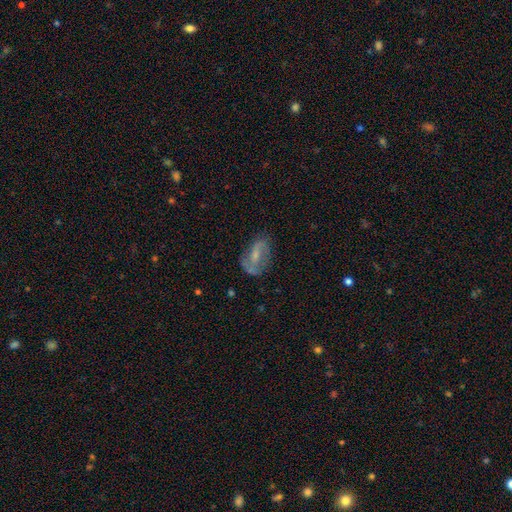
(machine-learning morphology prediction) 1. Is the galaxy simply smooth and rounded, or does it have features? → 64% featured or disk, 27% smooth, 9% star or artifact.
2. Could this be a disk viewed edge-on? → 95% no, 5% yes.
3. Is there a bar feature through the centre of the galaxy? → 45% weak, 38% no, 17% strong.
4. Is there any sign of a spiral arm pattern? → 79% yes, 21% no.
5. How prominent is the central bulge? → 46% small, 38% moderate, 12% none, 3% large, 1% dominant.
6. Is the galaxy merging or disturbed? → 64% none, 22% minor disturbance, 12% major disturbance, 2% merger.